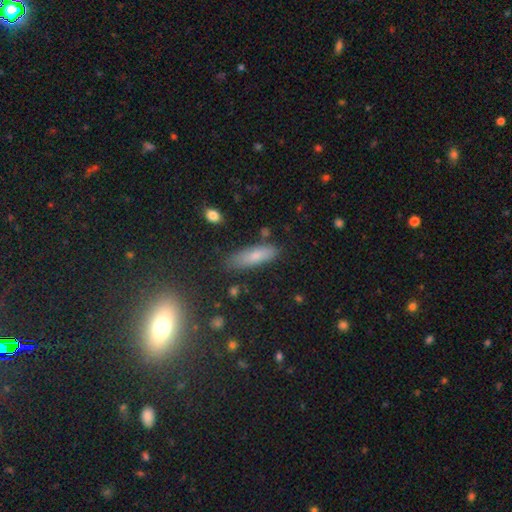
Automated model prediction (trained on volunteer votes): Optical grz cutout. It shows a smooth galaxy with no disk features (75%) that is cigar-shaped (54%). Merging: none (78%).